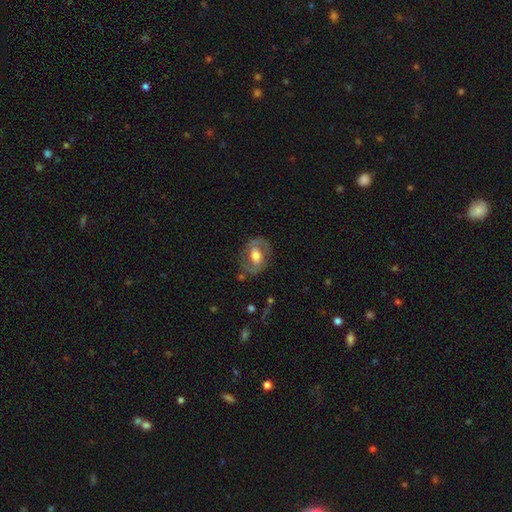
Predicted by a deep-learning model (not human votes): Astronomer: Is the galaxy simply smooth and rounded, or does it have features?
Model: featured or disk — 66%.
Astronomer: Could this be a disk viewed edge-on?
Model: no — 95%.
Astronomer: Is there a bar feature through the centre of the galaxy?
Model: no — 42% (runner-up: weak, 37%).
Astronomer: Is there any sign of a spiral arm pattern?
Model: yes — 65%.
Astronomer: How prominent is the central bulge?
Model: moderate — 61%.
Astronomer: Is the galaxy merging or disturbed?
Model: none — 73%.